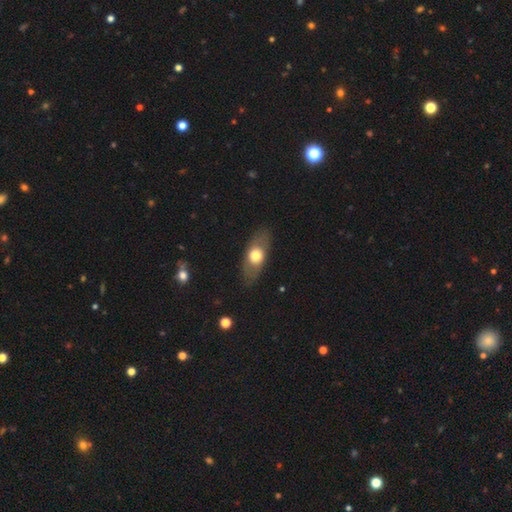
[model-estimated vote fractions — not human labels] A smooth galaxy with no disk features (57%) that is in between round and cigar-shaped (78%).

Vote fractions:
- Smooth or featured? smooth: 57% / featured or disk: 37% / star or artifact: 6%
- How rounded? in between: 78% / cigar-shaped: 12% / round: 11%
- Merging? none: 82% / minor disturbance: 12% / major disturbance: 4% / merger: 1%